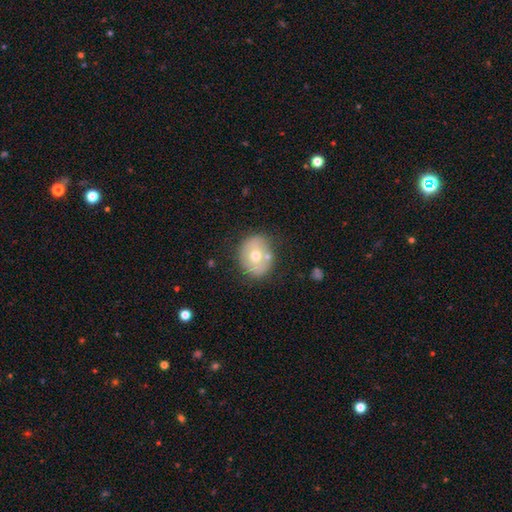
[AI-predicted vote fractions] A smooth galaxy with no disk features (60%) that is round (66%). Merging: none (70%).